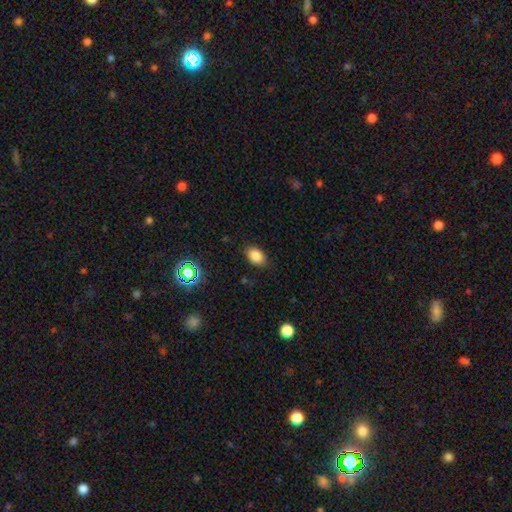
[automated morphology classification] smooth_or_featured: smooth (p=0.84) [alt: star or artifact p=0.11]
how_rounded: in between (p=0.82) [alt: round p=0.17]
merging: none (p=0.85) [alt: minor disturbance p=0.11]